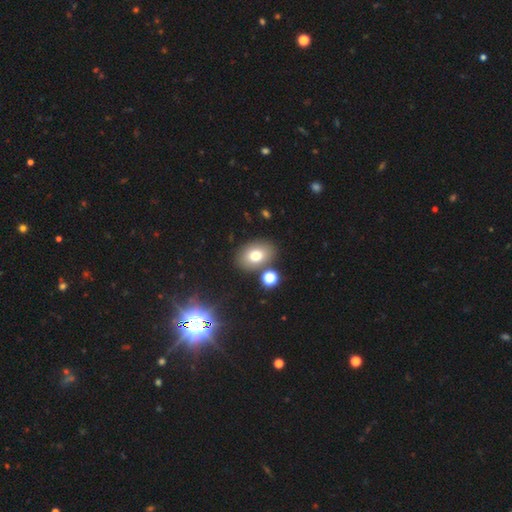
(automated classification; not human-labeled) A smooth galaxy with no disk features (74%) that is in between round and cigar-shaped (80%).

Vote fractions:
- Smooth or featured? smooth: 74% / featured or disk: 14% / star or artifact: 12%
- How rounded? in between: 80% / round: 19% / cigar-shaped: 1%
- Merging? none: 80% / minor disturbance: 10% / merger: 7% / major disturbance: 3%